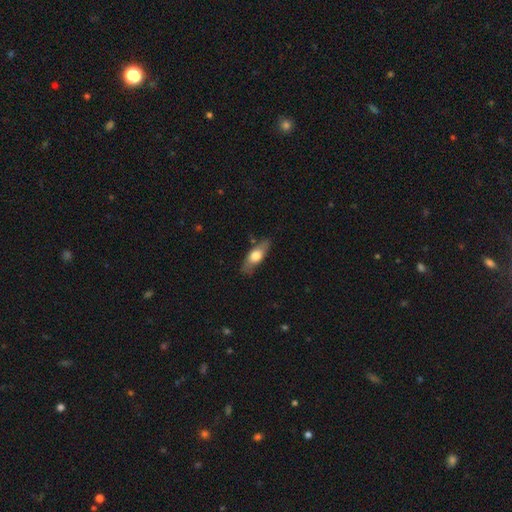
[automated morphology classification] This is possibly a smooth galaxy (59%). How rounded: likely in between (66%). Merging: likely none (78%).